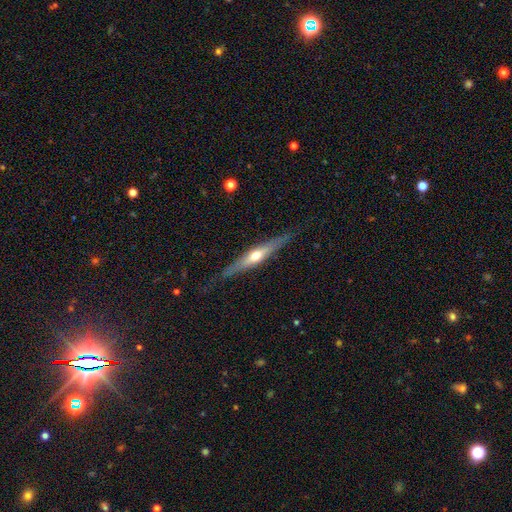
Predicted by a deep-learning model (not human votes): A featured or disk galaxy (63%) viewed edge-on (93%) with a rounded central bulge (85%). Merging: none (82%).